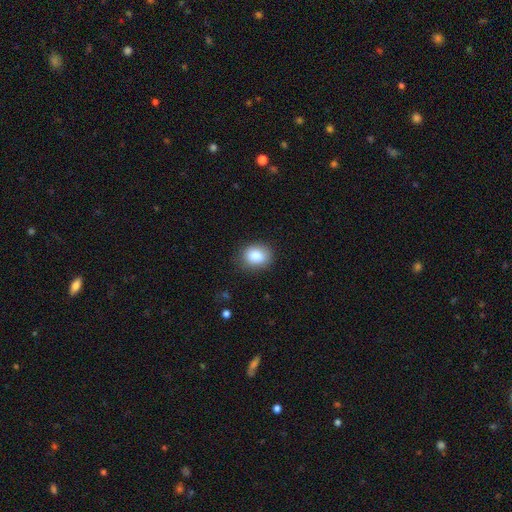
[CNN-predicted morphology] smooth 86%, star or artifact 9%, featured or disk 6%. Down the decision tree: how rounded — round (51%); merging — none (83%).